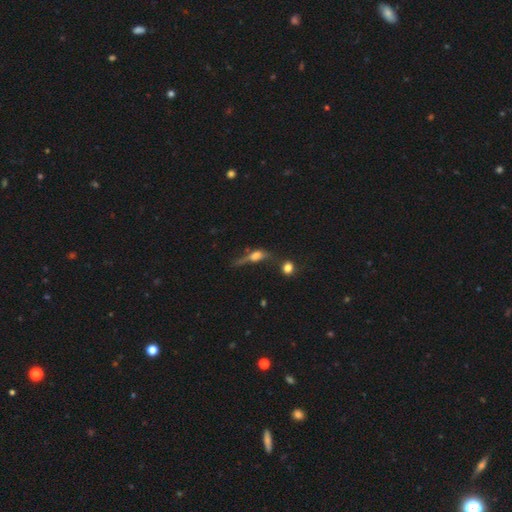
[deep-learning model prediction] Q: Smooth or featured?
A: smooth (50%); runner-up: featured or disk (35%)
Q: Merging?
A: major disturbance (34%); runner-up: none (28%)